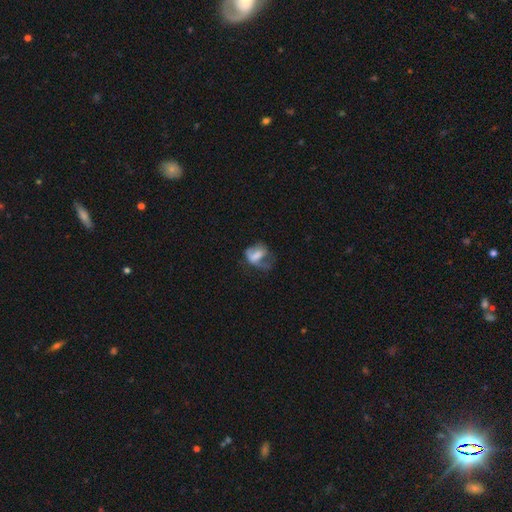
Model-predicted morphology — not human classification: A smooth galaxy with no disk features (52%) that is in between round and cigar-shaped (68%).

Vote fractions:
- Smooth or featured? smooth: 52% / featured or disk: 36% / star or artifact: 12%
- How rounded? in between: 68% / round: 29% / cigar-shaped: 3%
- Merging? major disturbance: 48% / none: 24% / minor disturbance: 22% / merger: 6%